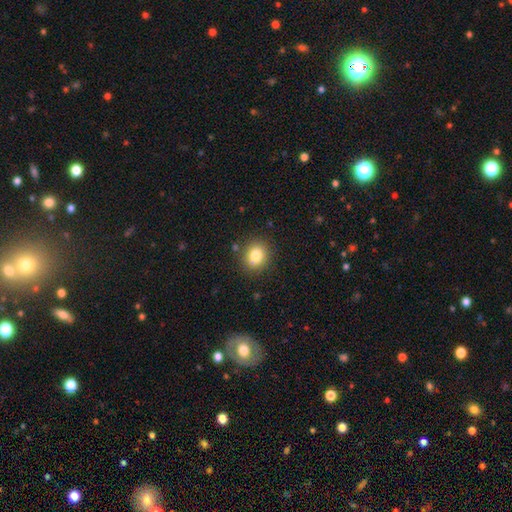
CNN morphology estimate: A smooth galaxy with no disk features (81%) that is round (69%).

Vote fractions:
- Smooth or featured? smooth: 81% / star or artifact: 11% / featured or disk: 8%
- How rounded? round: 69% / in between: 30% / cigar-shaped: 1%
- Merging? none: 85% / minor disturbance: 9% / major disturbance: 3% / merger: 2%